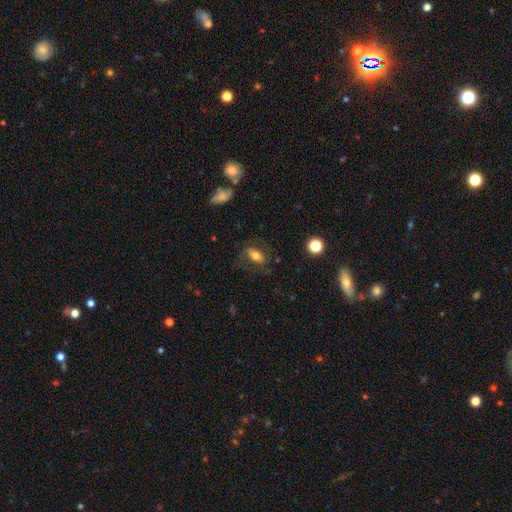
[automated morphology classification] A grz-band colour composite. It shows a smooth galaxy with no disk features (66%) that is in between round and cigar-shaped (86%). Merging: none (71%).